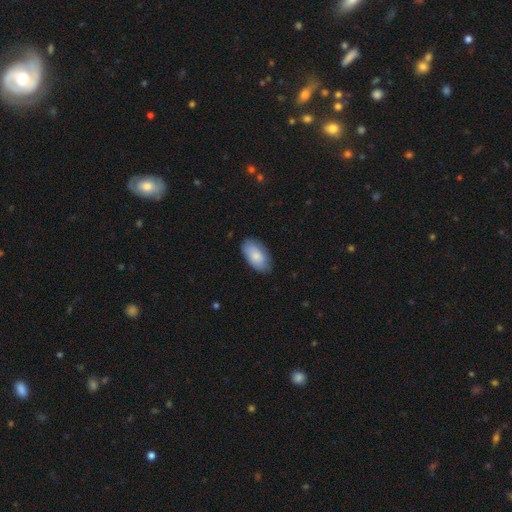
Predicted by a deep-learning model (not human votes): Q: Smooth or featured?
A: smooth (81%); runner-up: featured or disk (13%)
Q: How rounded?
A: in between (95%); runner-up: round (3%)
Q: Merging?
A: none (81%); runner-up: minor disturbance (15%)